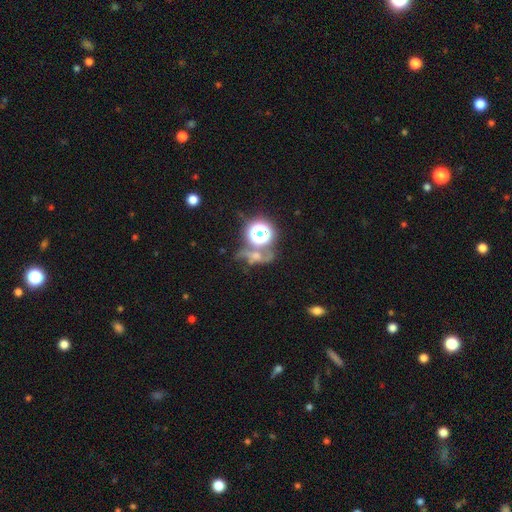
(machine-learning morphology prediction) Smooth or featured? Predicted: star or artifact (p=0.53).